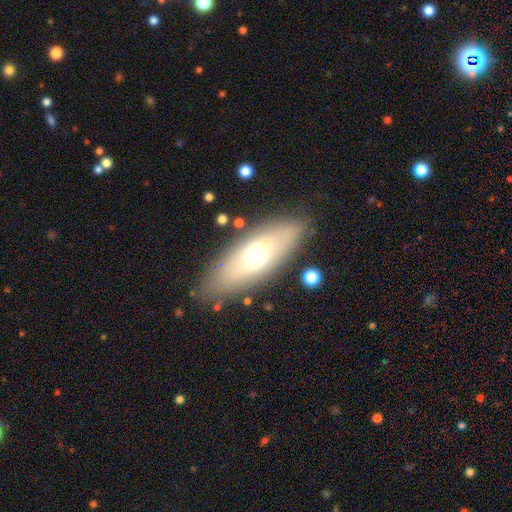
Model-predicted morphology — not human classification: Smooth or featured?
  - smooth: 57% *
  - featured or disk: 36%
  - star or artifact: 8%
How rounded?
  - in between: 69% *
  - cigar-shaped: 28%
  - round: 3%
Merging?
  - none: 82% *
  - minor disturbance: 11%
  - major disturbance: 4%
  - merger: 3%